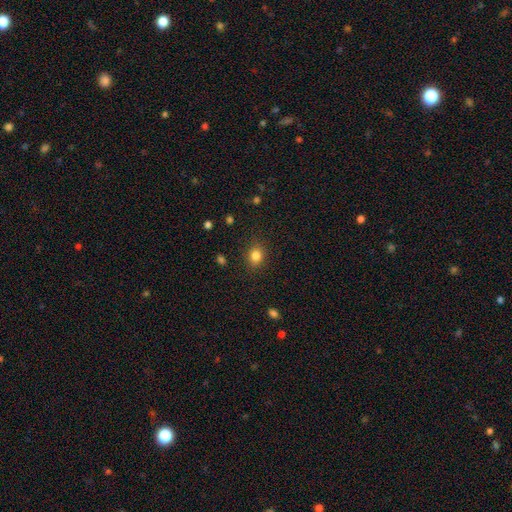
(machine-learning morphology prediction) This appears to be a smooth galaxy with no disk features (84%) that is round (62%). Merging: none (87%).